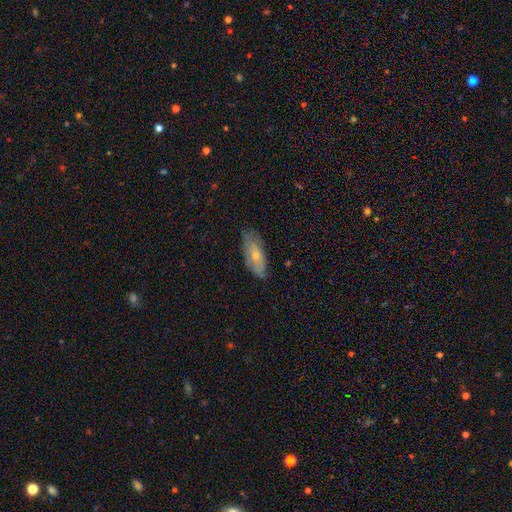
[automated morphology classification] Q: Smooth or featured?
A: smooth (59%); runner-up: featured or disk (34%)
Q: How rounded?
A: in between (78%); runner-up: cigar-shaped (19%)
Q: Merging?
A: none (67%); runner-up: minor disturbance (26%)